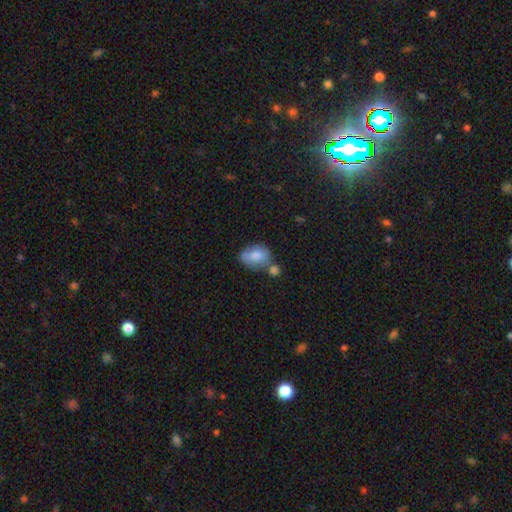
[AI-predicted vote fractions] Smooth or featured?
  - smooth: 77% *
  - featured or disk: 15%
  - star or artifact: 8%
How rounded?
  - in between: 79% *
  - round: 20%
  - cigar-shaped: 2%
Merging?
  - none: 35% * (tied)
  - merger: 35% * (tied)
  - minor disturbance: 21%
  - major disturbance: 9%